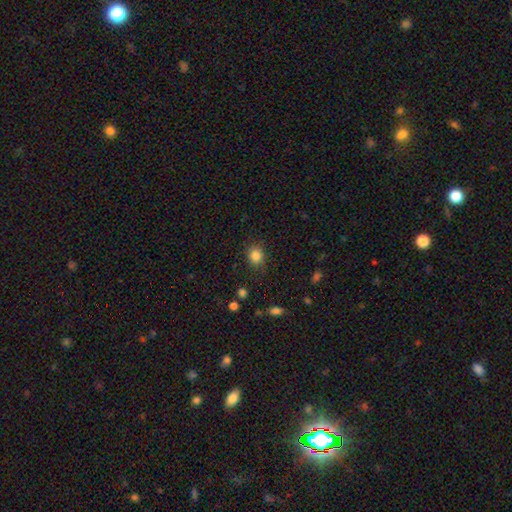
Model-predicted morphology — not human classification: Smooth or featured? Predicted: smooth (p=0.84). How rounded? Predicted: round (p=0.73). Merging? Predicted: none (p=0.84).